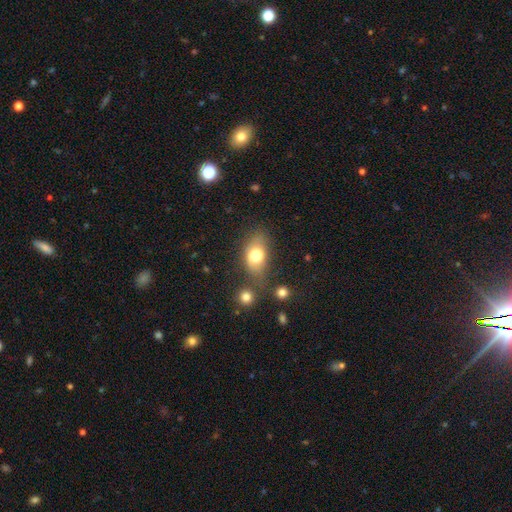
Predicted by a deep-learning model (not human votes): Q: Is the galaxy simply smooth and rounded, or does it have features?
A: smooth — 75%.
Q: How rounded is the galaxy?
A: in between — 79%.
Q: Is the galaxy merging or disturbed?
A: none — 57%.